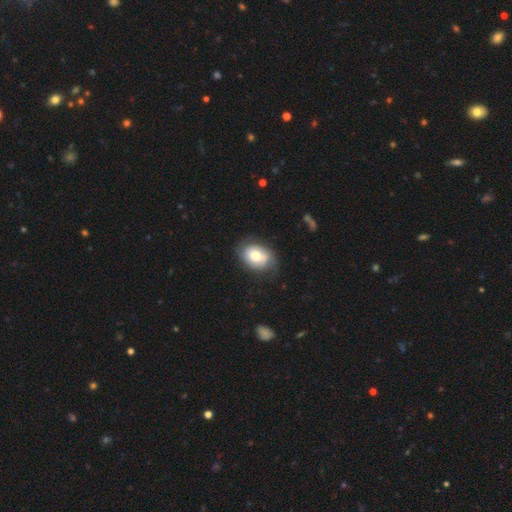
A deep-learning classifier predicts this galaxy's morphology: The model was most divided on "how rounded": in between: 66%, round: 33%, cigar-shaped: 1%. More confident: merging — none (64%); smooth or featured — smooth (64%).